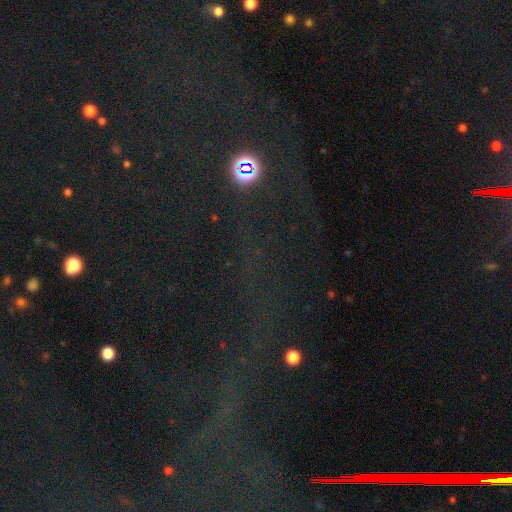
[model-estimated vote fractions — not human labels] Overall: star or artifact (78%).